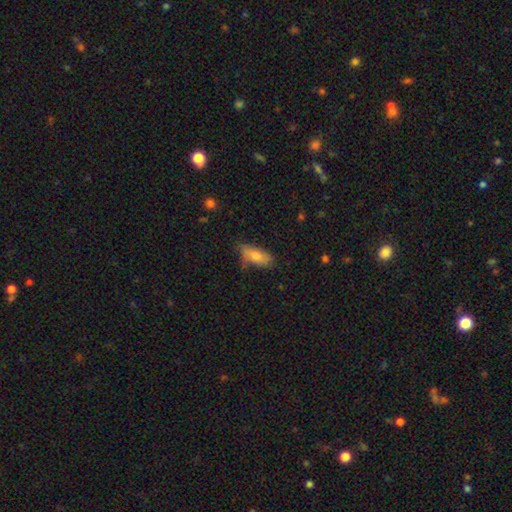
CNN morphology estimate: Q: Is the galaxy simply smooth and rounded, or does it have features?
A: smooth — 73%.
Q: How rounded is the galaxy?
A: in between — 77%.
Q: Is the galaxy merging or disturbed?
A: none — 57%.